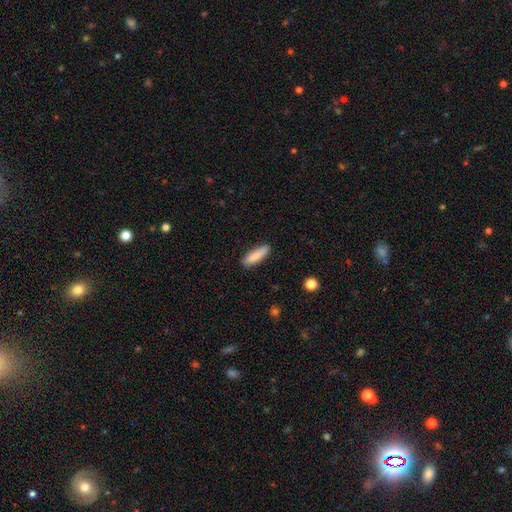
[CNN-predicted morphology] Smooth or featured? Predicted: smooth (p=0.86). How rounded? Predicted: cigar-shaped (p=0.60). Merging? Predicted: none (p=0.87).